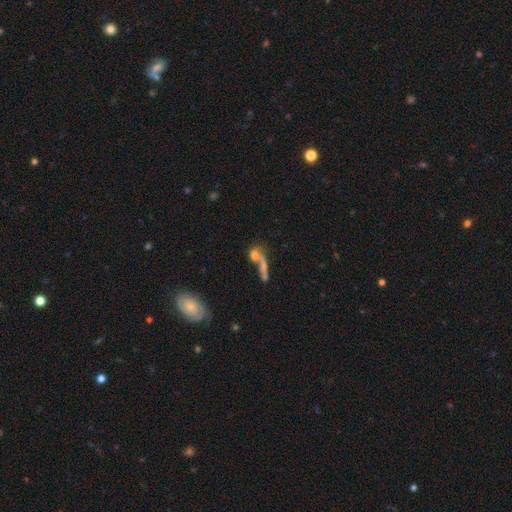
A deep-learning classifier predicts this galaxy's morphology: This appears to be a smooth galaxy with no disk features (49%). Merging: merger (50%).